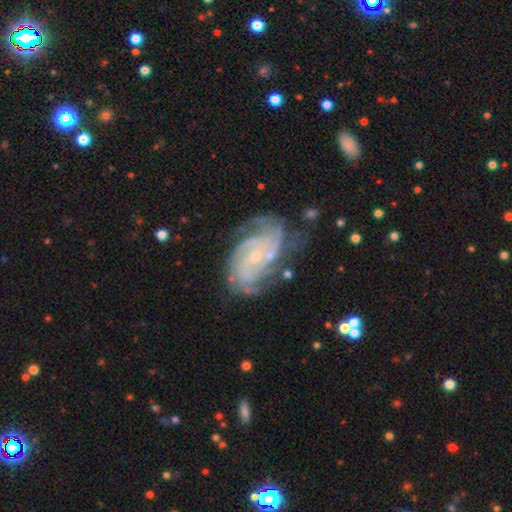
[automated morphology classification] Smooth or featured?
  - featured or disk: 88% *
  - star or artifact: 6%
  - smooth: 6%
Edge-on disk?
  - no: 97% *
  - yes: 3%
Bar?
  - no: 61% *
  - weak: 30%
  - strong: 8%
Spiral arms?
  - yes: 97% *
  - no: 3%
Spiral winding?
  - tight: 64% *
  - medium: 30%
  - loose: 5%
Spiral arm count?
  - 3: 27% *
  - 2: 24%
  - can't tell: 21%
  - 4: 17%
  - more than 4: 6%
  - 1: 5%
Bulge size?
  - small: 72% *
  - moderate: 23%
  - none: 3%
  - large: 1%
  - dominant: 1%
Merging?
  - none: 64% *
  - minor disturbance: 22%
  - major disturbance: 11%
  - merger: 3%